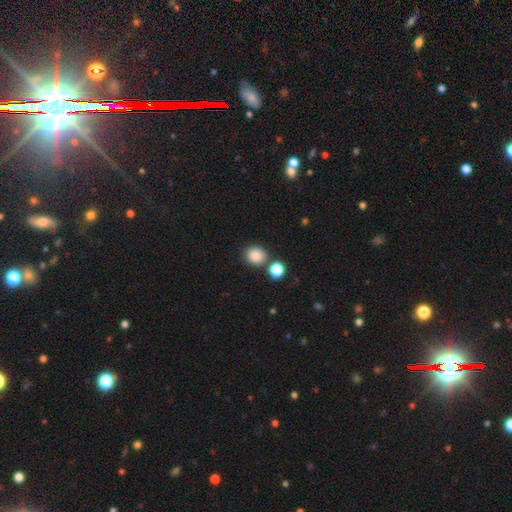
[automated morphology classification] This appears to be a smooth galaxy with no disk features (86%) that is round (79%). Merging: none (75%).